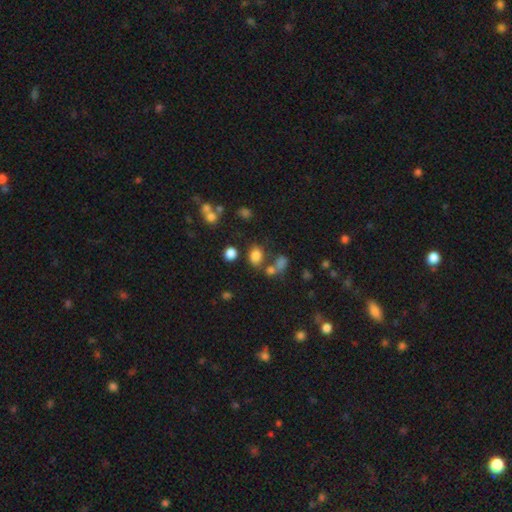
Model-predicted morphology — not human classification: smooth_or_featured: smooth (p=0.77) [alt: star or artifact p=0.15]
how_rounded: in between (p=0.58) [alt: round p=0.41]
merging: none (p=0.62) [alt: merger p=0.18]